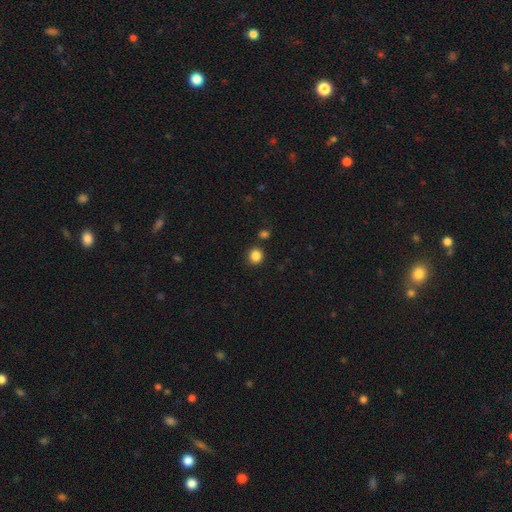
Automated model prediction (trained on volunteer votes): smooth 86%, star or artifact 11%, featured or disk 4%. Down the decision tree: how rounded — round (83%); merging — none (86%).